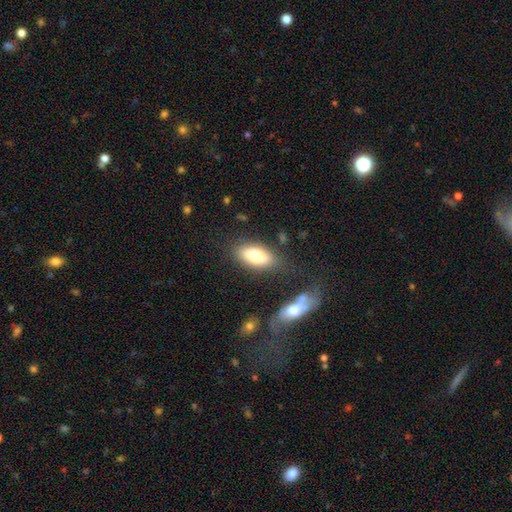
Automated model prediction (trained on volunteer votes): Smooth or featured: smooth — 74% (featured or disk — 19%)
How rounded: in between — 88% (cigar-shaped — 8%)
Merging: none — 75% (minor disturbance — 14%)